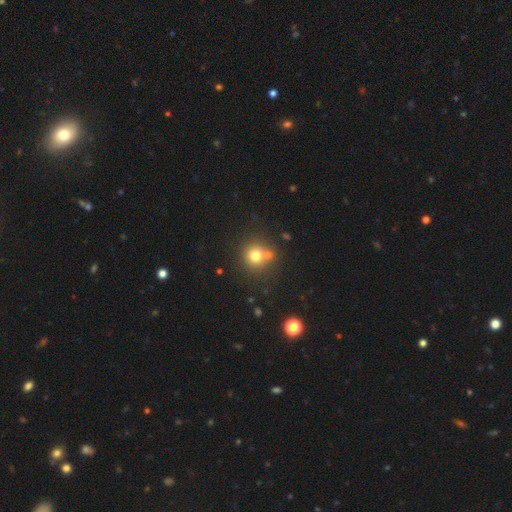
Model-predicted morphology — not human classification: type=smooth (74%); roundness=round (90%); merging=none (63%).